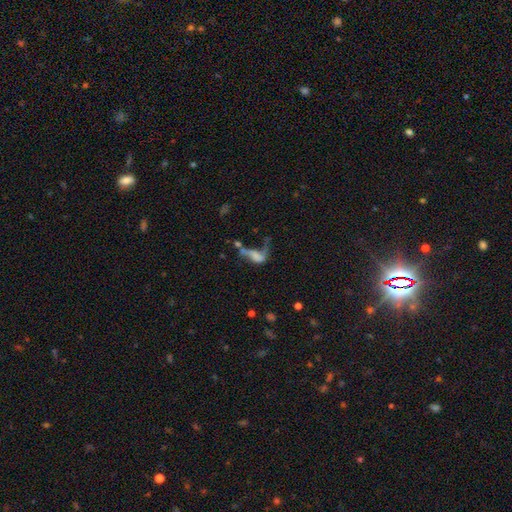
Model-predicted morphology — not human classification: smooth_or_featured: smooth (p=0.46) [alt: featured or disk p=0.37]
merging: major disturbance (p=0.42) [alt: merger p=0.29]